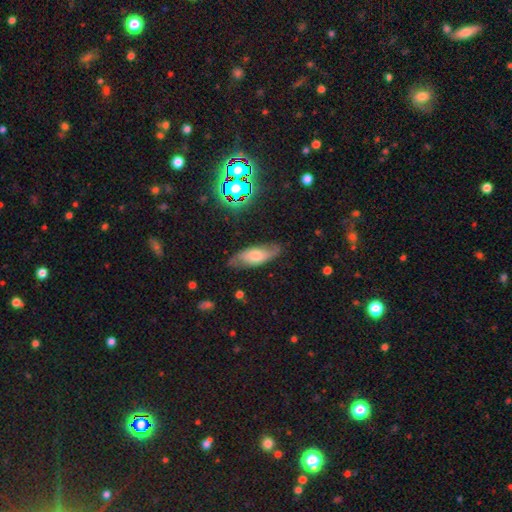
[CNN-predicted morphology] The model was most divided on "smooth or featured": featured or disk: 52%, smooth: 39%, star or artifact: 9%. More confident: edge-on disk — no (75%); merging — none (74%).